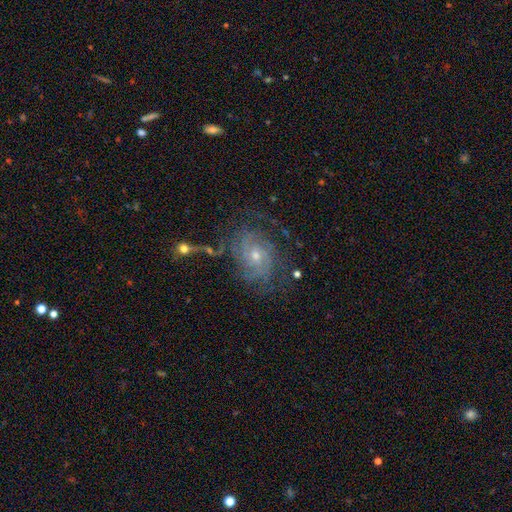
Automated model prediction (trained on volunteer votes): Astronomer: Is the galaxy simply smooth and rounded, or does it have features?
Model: featured or disk — 82%.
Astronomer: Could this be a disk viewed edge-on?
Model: no — 97%.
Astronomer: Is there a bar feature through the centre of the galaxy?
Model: no — 66%.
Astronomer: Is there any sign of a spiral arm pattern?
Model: yes — 93%.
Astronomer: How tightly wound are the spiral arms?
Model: tight — 62%.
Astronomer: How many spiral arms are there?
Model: can't tell — 37% (runner-up: 2, 25%).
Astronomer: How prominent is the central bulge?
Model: small — 54% (runner-up: moderate, 42%).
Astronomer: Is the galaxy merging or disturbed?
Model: none — 65%.